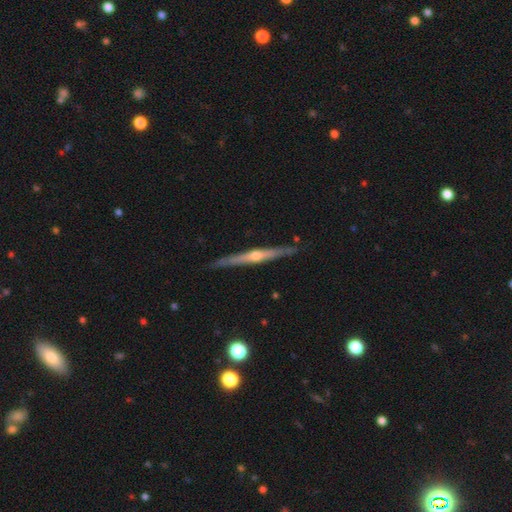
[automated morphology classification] Smooth or featured? Predicted: featured or disk (p=0.80). Edge-on disk? Predicted: yes (p=0.98). Edge-on bulge? Predicted: rounded (p=0.84). Merging? Predicted: none (p=0.90).